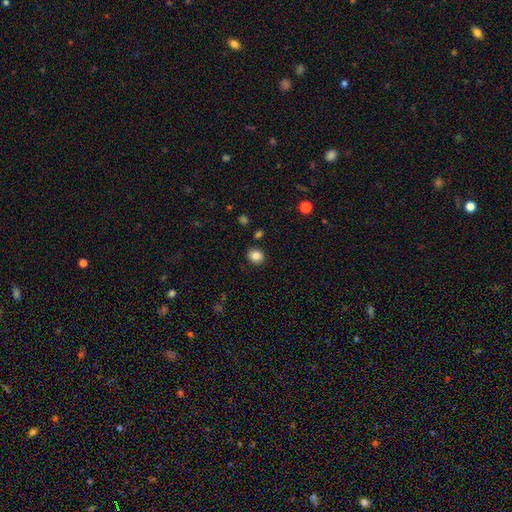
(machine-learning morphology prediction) smooth 85%, star or artifact 10%, featured or disk 5%. Down the decision tree: how rounded — round (71%); merging — none (88%).